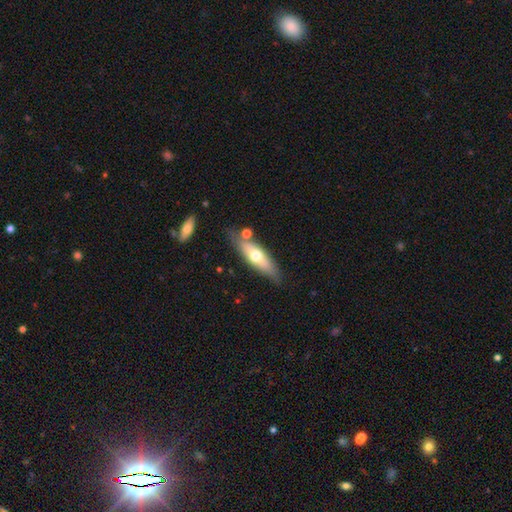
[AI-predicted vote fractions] Overall: smooth (53%; featured or disk 41%). How rounded: cigar-shaped (52%; in between 46%). Merging: none (72%).